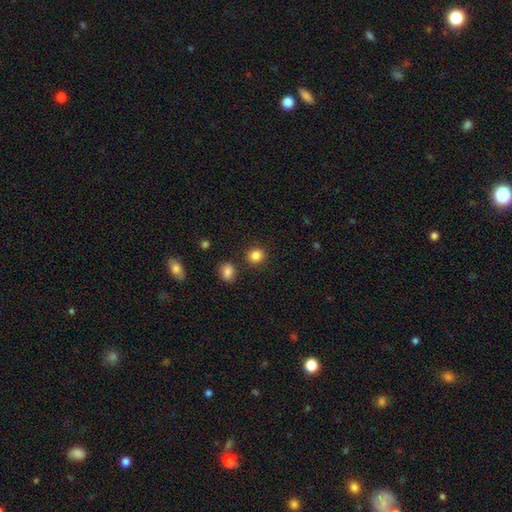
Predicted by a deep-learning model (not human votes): Smooth or featured? Predicted: smooth (p=0.85). How rounded? Predicted: round (p=0.80). Merging? Predicted: none (p=0.85).